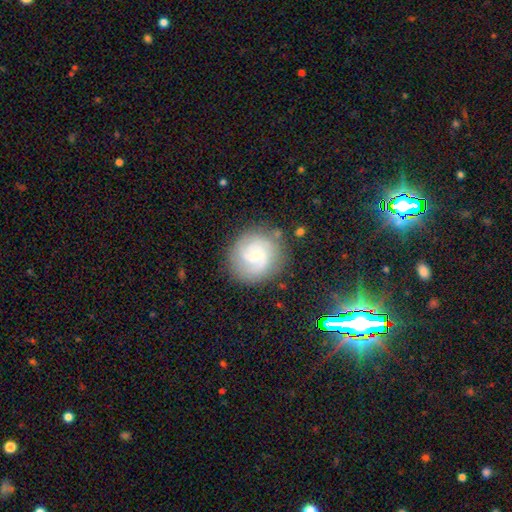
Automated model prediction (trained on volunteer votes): This is likely a featured or disk galaxy (74%). It is clearly not viewed edge-on (98%). Bar: possibly no (53%). Spiral arm pattern: clearly yes (95%). Spiral arm count: possibly 2 (54%). Spiral winding: marginally tight (44%). Central bulge: likely small (72%). Merging: likely none (78%).